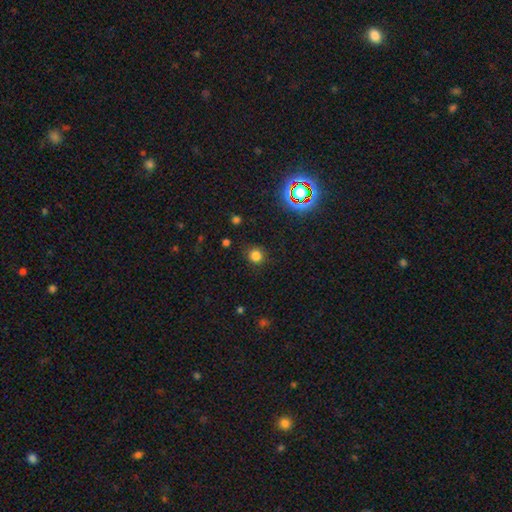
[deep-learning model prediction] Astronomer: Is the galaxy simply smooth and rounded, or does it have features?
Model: smooth — 78%.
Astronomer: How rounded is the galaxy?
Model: round — 89%.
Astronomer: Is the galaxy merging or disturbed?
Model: none — 86%.